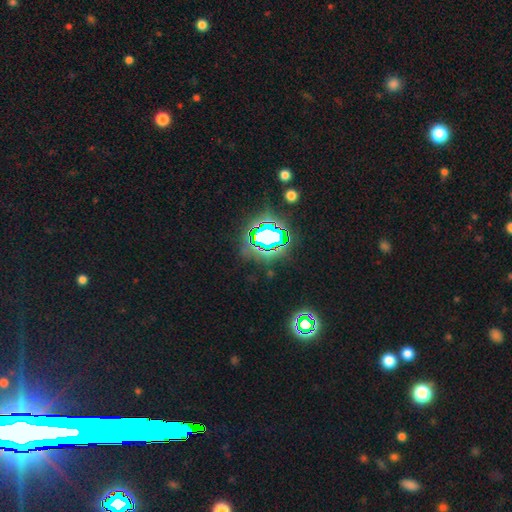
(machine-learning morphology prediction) star or artifact 81%, smooth 10%, featured or disk 9%.